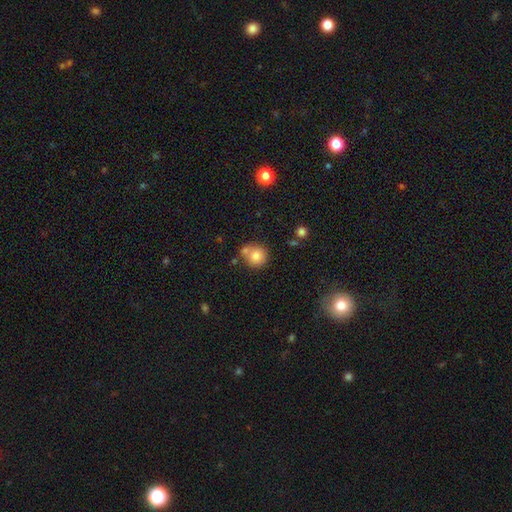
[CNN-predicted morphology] This is likely a smooth galaxy (79%). How rounded: clearly round (90%). Merging: possibly none (59%).